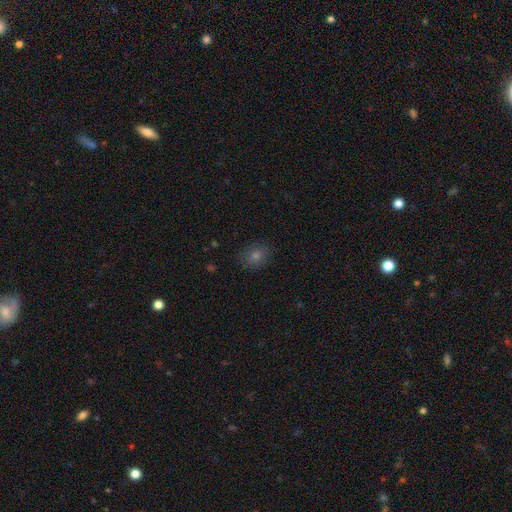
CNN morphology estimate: smooth-or-featured: smooth: 68% | star or artifact: 21% | featured or disk: 11%
  how-rounded: round: 54% | in between: 44% | cigar-shaped: 1%
  merging: none: 85% | minor disturbance: 11% | major disturbance: 3% | merger: 1%